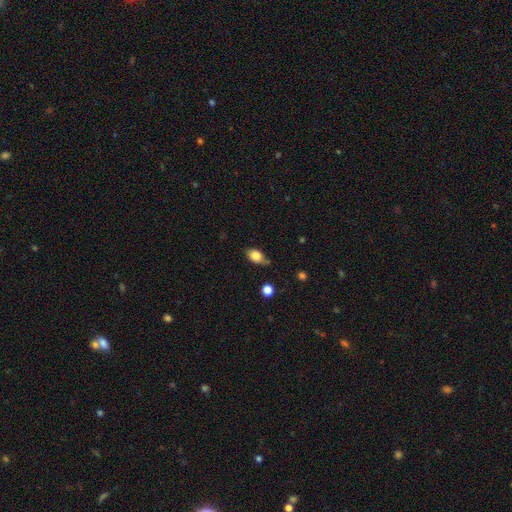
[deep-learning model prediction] Smooth or featured? smooth (80%)
How rounded? in between (81%)
Merging? none (58%)